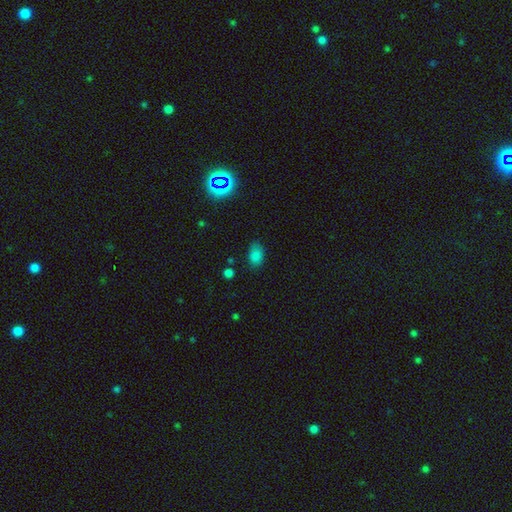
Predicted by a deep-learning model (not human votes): Smooth or featured? smooth (79%)
How rounded? in between (86%)
Merging? none (71%)